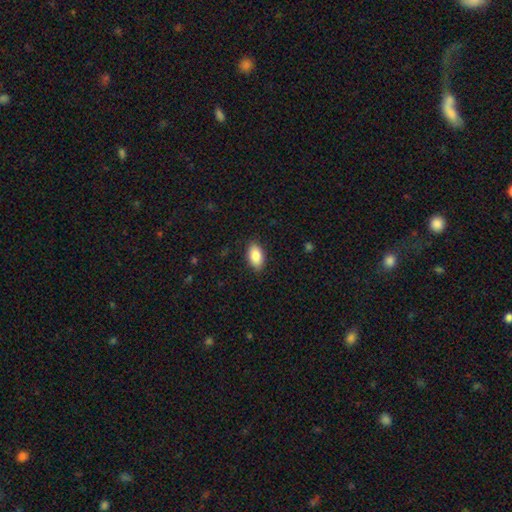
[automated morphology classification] smooth 87%, star or artifact 7%, featured or disk 6%. Down the decision tree: how rounded — in between (93%); merging — none (87%).